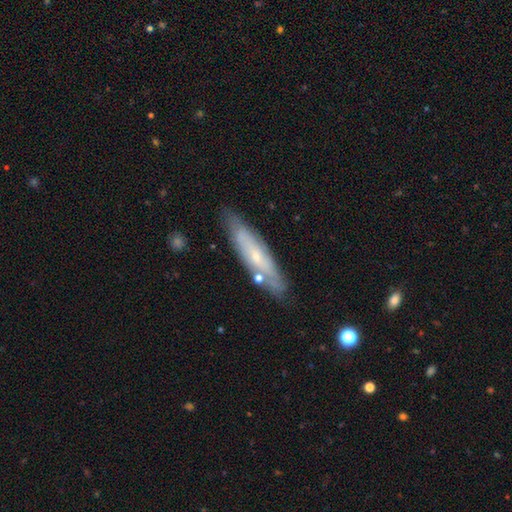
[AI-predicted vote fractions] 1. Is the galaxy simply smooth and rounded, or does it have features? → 57% featured or disk, 36% smooth, 6% star or artifact.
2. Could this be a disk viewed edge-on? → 50% no (tied), 50% yes (tied).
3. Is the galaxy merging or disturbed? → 77% none, 16% minor disturbance, 4% merger, 3% major disturbance.